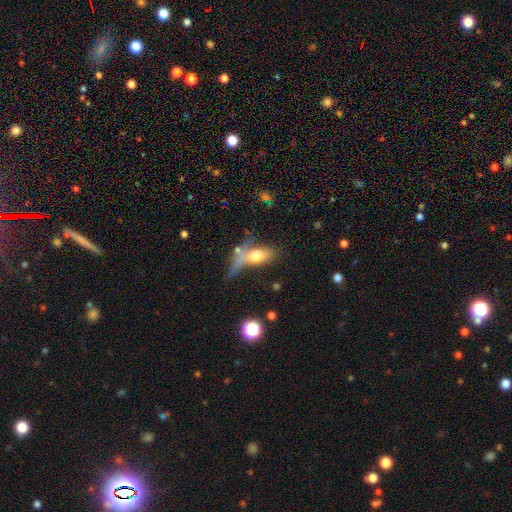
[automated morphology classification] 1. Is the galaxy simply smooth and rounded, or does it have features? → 63% smooth, 28% featured or disk, 9% star or artifact.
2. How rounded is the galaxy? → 70% in between, 22% cigar-shaped, 8% round.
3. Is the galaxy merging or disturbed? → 29% none, 27% merger, 24% major disturbance, 20% minor disturbance.